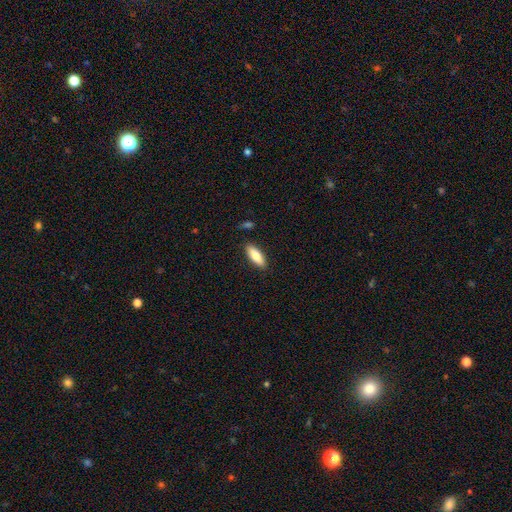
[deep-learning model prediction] This appears to be a smooth galaxy with no disk features (82%) that is in between round and cigar-shaped (63%). Merging: none (86%).